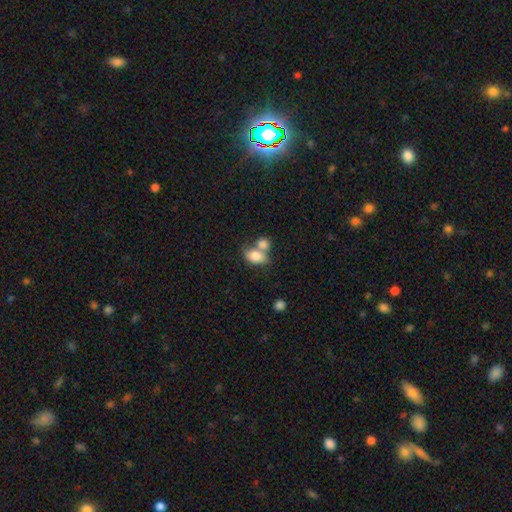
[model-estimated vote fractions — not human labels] Morphology: type=smooth (80%); roundness=in between (79%); merging=merger (55%).